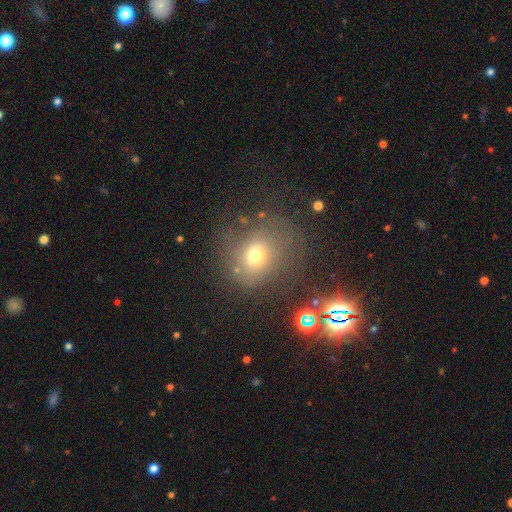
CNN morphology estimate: This appears to be a smooth galaxy with no disk features (66%) that is round (68%). Merging: none (58%).